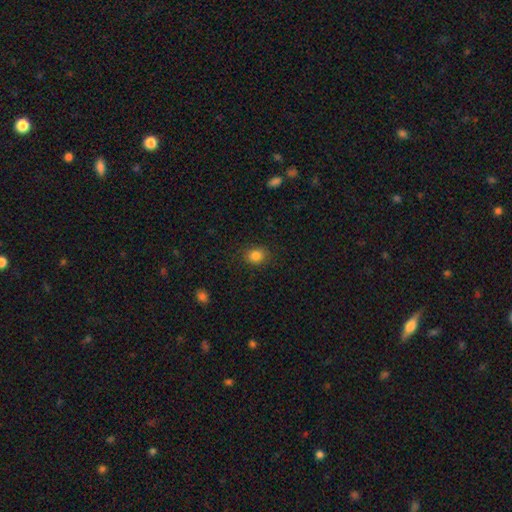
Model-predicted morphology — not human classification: smooth 84%, star or artifact 12%, featured or disk 5%. Down the decision tree: how rounded — round (63%); merging — none (85%).